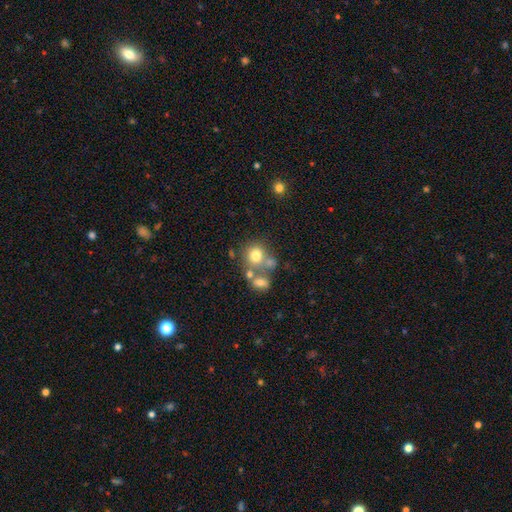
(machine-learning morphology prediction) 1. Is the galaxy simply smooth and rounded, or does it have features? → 72% smooth, 14% featured or disk, 13% star or artifact.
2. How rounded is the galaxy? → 82% round, 17% in between, 1% cigar-shaped.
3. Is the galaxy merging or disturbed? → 52% none, 32% merger, 11% minor disturbance, 6% major disturbance.